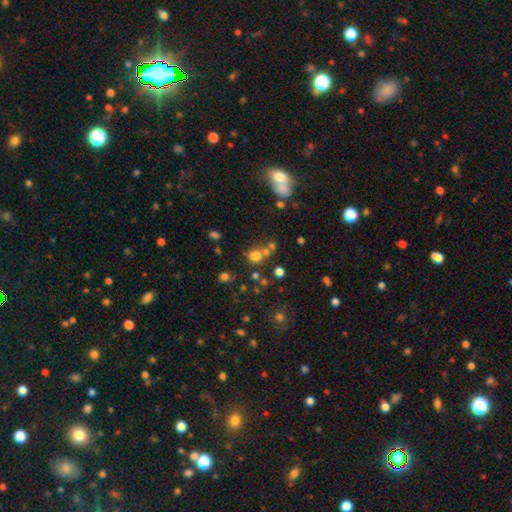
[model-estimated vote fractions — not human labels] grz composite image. It shows a smooth galaxy with no disk features (69%) that is round (81%). Merging: none (55%).